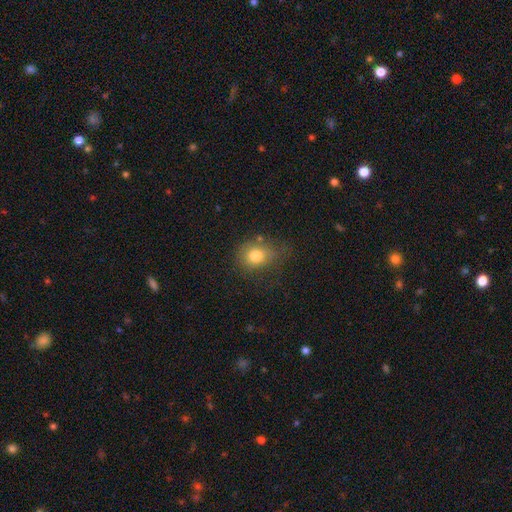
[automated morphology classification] Smooth or featured: smooth — 80% (star or artifact — 10%)
How rounded: round — 62% (in between — 37%)
Merging: none — 56% (minor disturbance — 27%)